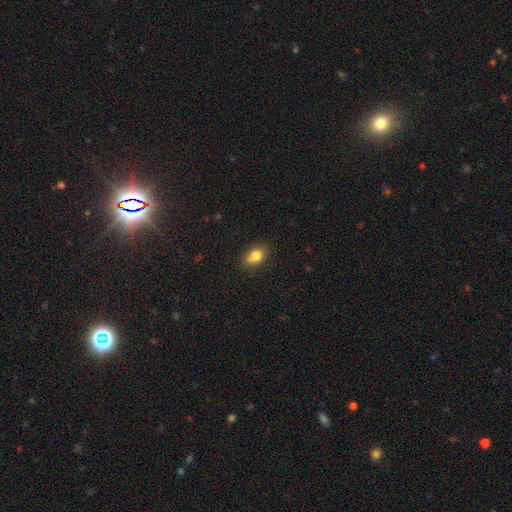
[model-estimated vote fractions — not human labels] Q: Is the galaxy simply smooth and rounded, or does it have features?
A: smooth — 79%.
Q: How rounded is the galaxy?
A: in between — 73%.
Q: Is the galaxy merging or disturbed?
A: none — 66%.